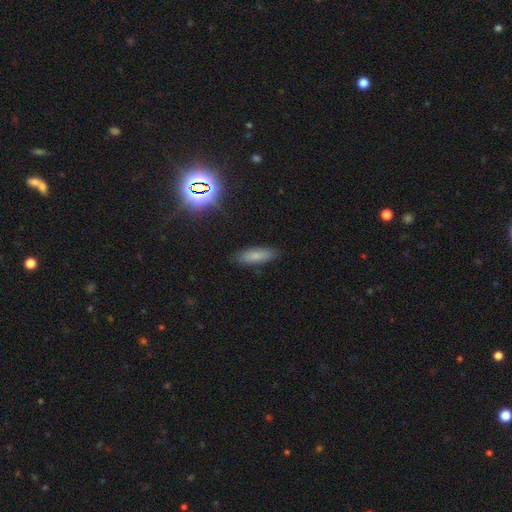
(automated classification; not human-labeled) Smooth or featured? Predicted: smooth (p=0.75). How rounded? Predicted: in between (p=0.57). Merging? Predicted: none (p=0.85).